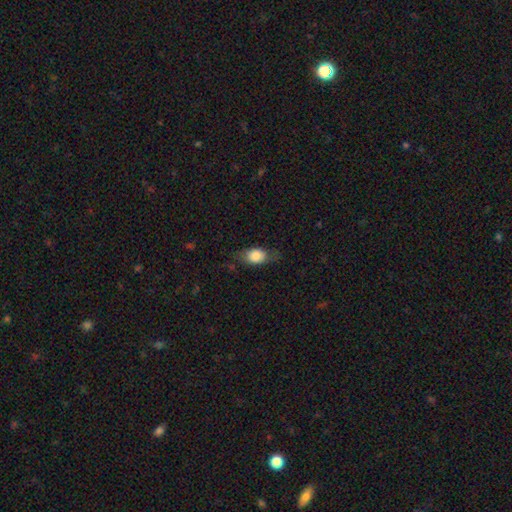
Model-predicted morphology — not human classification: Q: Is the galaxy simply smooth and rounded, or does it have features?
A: smooth — 73%.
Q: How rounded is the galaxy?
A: in between — 76%.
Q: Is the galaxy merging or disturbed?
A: none — 70%.